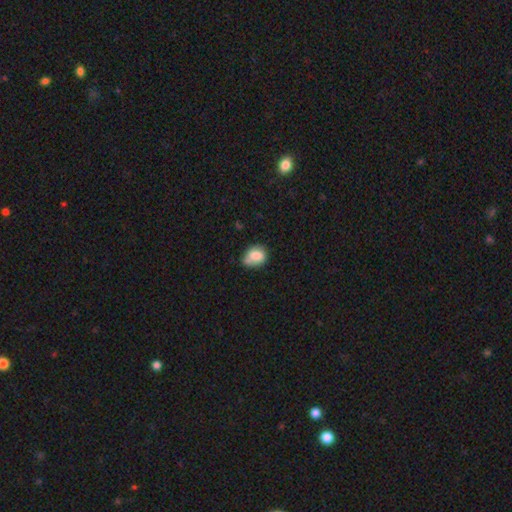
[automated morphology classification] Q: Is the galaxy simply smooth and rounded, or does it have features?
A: smooth — 77%.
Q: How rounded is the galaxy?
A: in between — 51%.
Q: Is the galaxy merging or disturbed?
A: none — 45%.